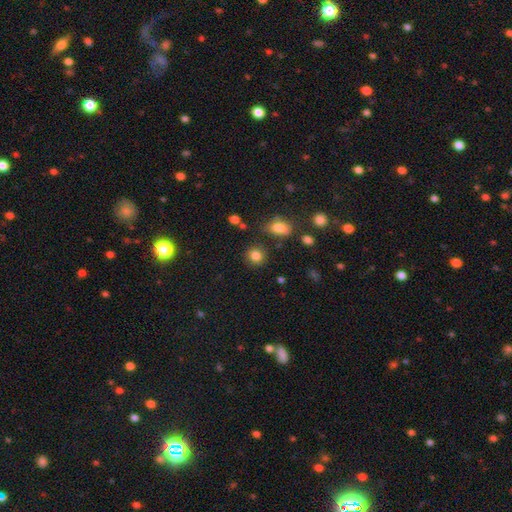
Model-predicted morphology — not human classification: A smooth galaxy with no disk features (84%) that is round (84%). Merging: none (85%).